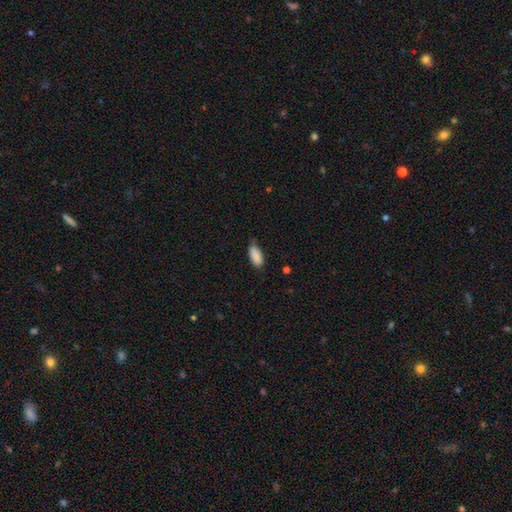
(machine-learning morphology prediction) Smooth or featured?
  - smooth: 89% *
  - star or artifact: 7%
  - featured or disk: 4%
How rounded?
  - in between: 86% *
  - cigar-shaped: 12%
  - round: 2%
Merging?
  - none: 71% *
  - minor disturbance: 24%
  - major disturbance: 3%
  - merger: 2%